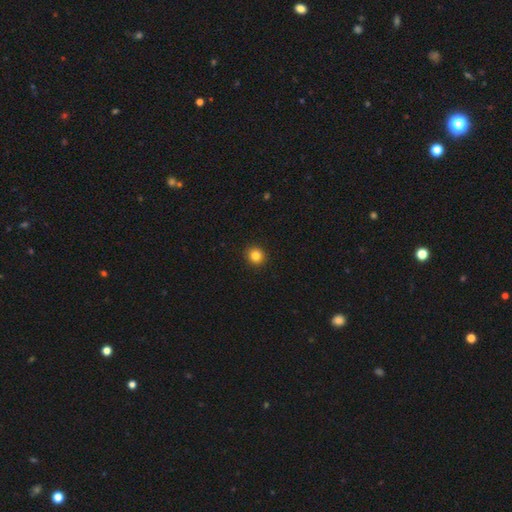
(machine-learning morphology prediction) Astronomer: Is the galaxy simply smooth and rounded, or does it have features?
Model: smooth — 84%.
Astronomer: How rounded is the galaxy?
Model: round — 91%.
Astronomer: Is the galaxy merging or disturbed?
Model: none — 93%.